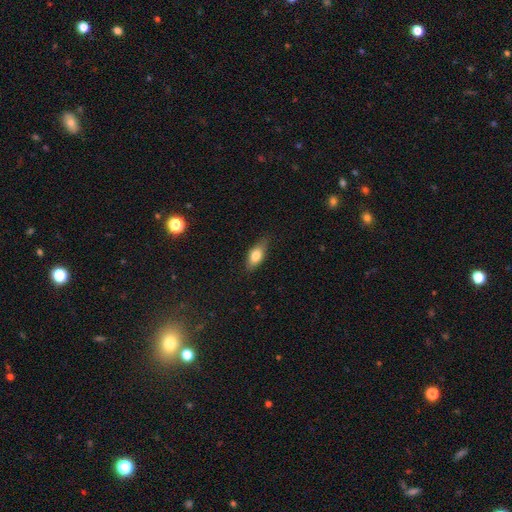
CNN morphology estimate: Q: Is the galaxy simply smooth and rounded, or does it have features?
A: smooth — 77%.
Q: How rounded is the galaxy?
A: in between — 81%.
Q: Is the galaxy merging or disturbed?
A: none — 79%.